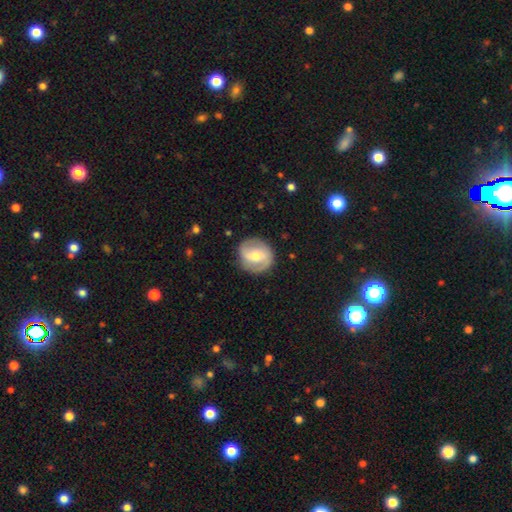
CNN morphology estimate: This appears to be a featured or disk galaxy (65%) with a weak bar (47%), 2 (87%) medium (44%) spiral arms (81%) and a moderate central bulge (66%). Merging: none (86%).